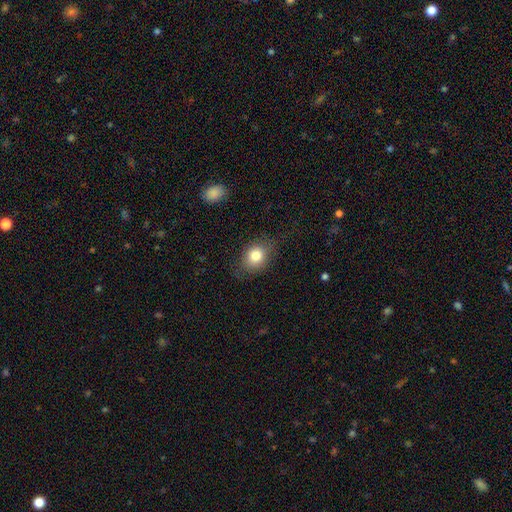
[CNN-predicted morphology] Smooth or featured: smooth — 81% (star or artifact — 10%)
How rounded: round — 51% (in between — 48%)
Merging: none — 74% (minor disturbance — 18%)